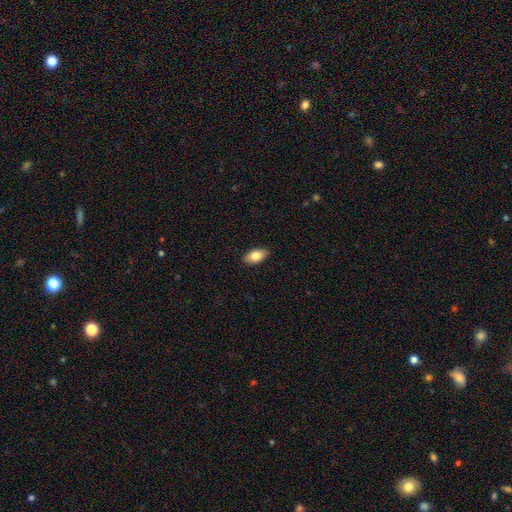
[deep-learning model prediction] Smooth or featured? Predicted: smooth (p=0.83). How rounded? Predicted: in between (p=0.92). Merging? Predicted: none (p=0.89).